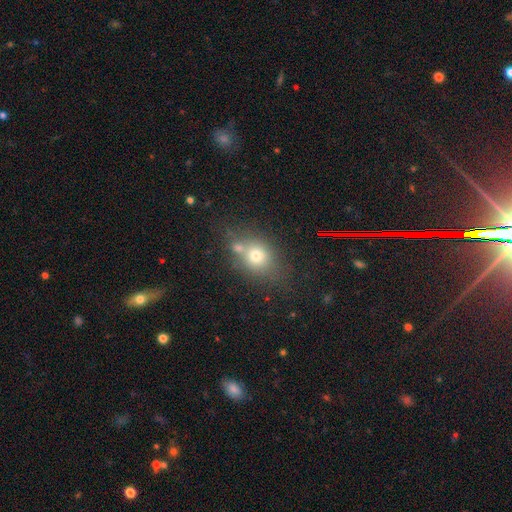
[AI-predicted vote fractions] The model was most divided on "how rounded": round: 55%, in between: 43%, cigar-shaped: 2%. More confident: smooth or featured — smooth (68%); merging — none (52%).